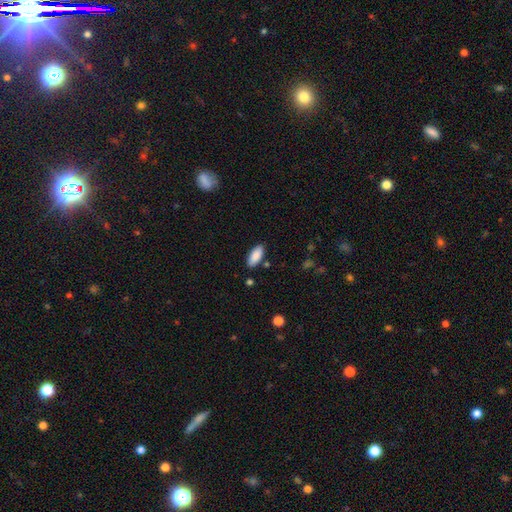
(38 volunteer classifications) A smooth galaxy with no disk features (89%) that is in between round and cigar-shaped (97%).

Vote fractions:
- Smooth or featured? smooth: 89% / featured or disk: 5% / star or artifact: 5%
- How rounded? in between: 97% / cigar-shaped: 3% / round: 0%
- Merging? none: 89% / minor disturbance: 6% / major disturbance: 6% / merger: 0%